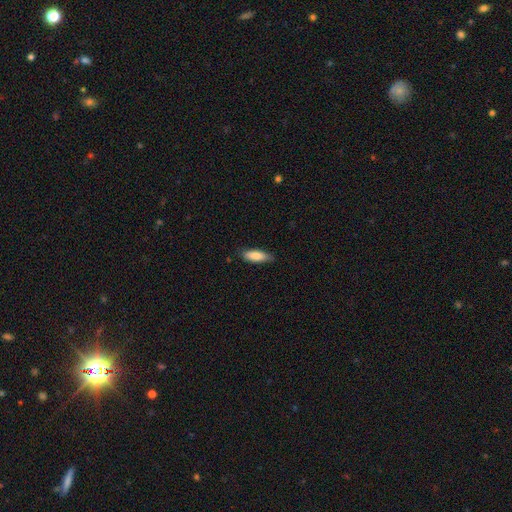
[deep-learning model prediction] smooth 82%, featured or disk 11%, star or artifact 6%. Down the decision tree: how rounded — in between (58%); merging — none (80%).